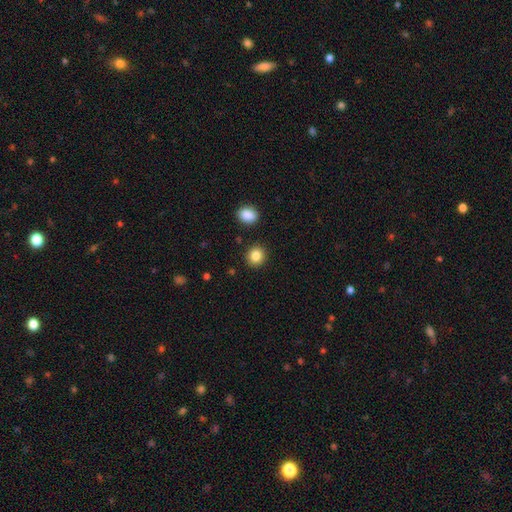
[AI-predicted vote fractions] smooth_or_featured: smooth (p=0.85) [alt: star or artifact p=0.10]
how_rounded: round (p=0.86) [alt: in between p=0.13]
merging: none (p=0.90) [alt: minor disturbance p=0.06]